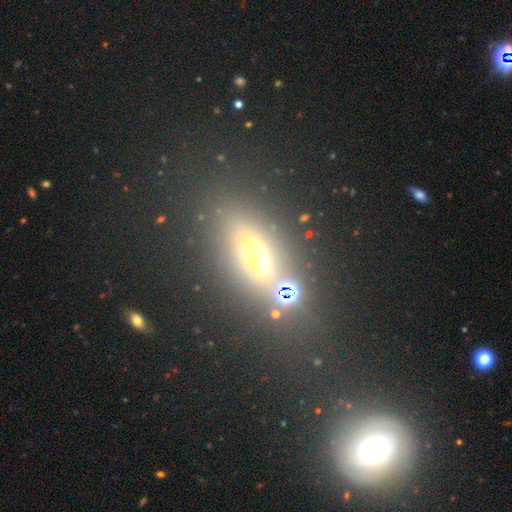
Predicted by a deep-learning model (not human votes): Smooth or featured?
  - smooth: 37% *
  - featured or disk: 32%
  - star or artifact: 30%
Merging?
  - none: 73% *
  - minor disturbance: 12%
  - merger: 8%
  - major disturbance: 8%